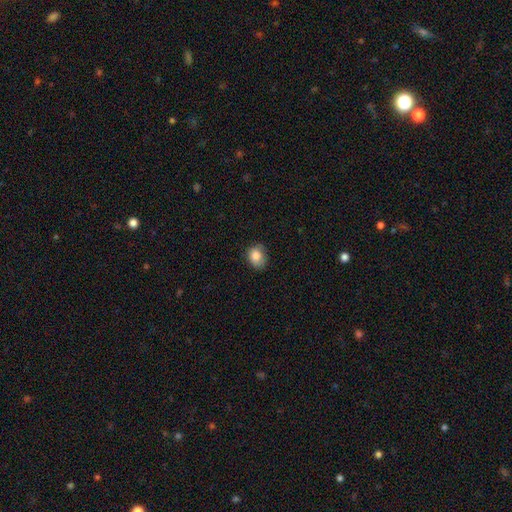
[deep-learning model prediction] A smooth galaxy with no disk features (85%) that is round (52%).

Vote fractions:
- Smooth or featured? smooth: 85% / star or artifact: 8% / featured or disk: 7%
- How rounded? round: 52% / in between: 47% / cigar-shaped: 1%
- Merging? none: 74% / minor disturbance: 21% / major disturbance: 4% / merger: 1%